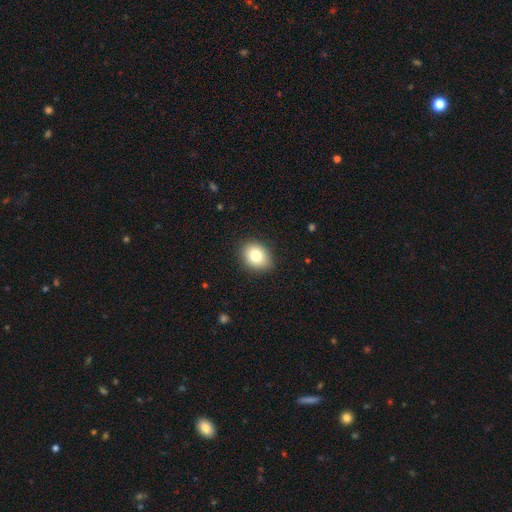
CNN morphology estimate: smooth 81%, featured or disk 10%, star or artifact 9%. Down the decision tree: how rounded — in between (57%); merging — none (87%).